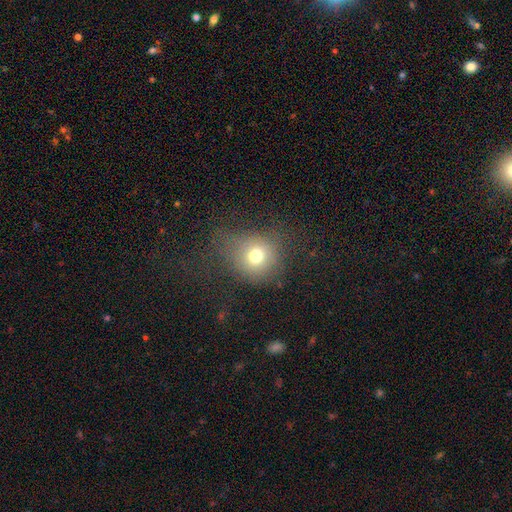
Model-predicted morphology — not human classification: A smooth galaxy with no disk features (67%) that is round (82%).

Vote fractions:
- Smooth or featured? smooth: 67% / star or artifact: 20% / featured or disk: 12%
- How rounded? round: 82% / in between: 17% / cigar-shaped: 1%
- Merging? none: 54% / minor disturbance: 23% / major disturbance: 20% / merger: 2%